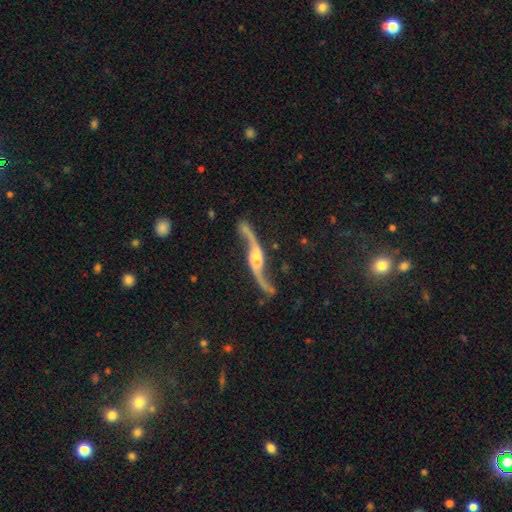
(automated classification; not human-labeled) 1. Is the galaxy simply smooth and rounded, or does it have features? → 91% featured or disk, 5% smooth, 4% star or artifact.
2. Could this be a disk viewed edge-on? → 85% no, 15% yes.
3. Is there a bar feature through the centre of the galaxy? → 45% no, 36% weak, 19% strong.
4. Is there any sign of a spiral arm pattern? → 97% yes, 3% no.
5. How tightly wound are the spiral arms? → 94% loose, 4% medium, 2% tight.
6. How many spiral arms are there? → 94% 2, 2% 1, 1% can't tell, 1% 3, 1% 4, 1% more than 4.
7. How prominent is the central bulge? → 48% moderate, 32% small, 11% large, 6% none, 3% dominant.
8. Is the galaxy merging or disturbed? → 71% none, 15% minor disturbance, 9% major disturbance, 5% merger.